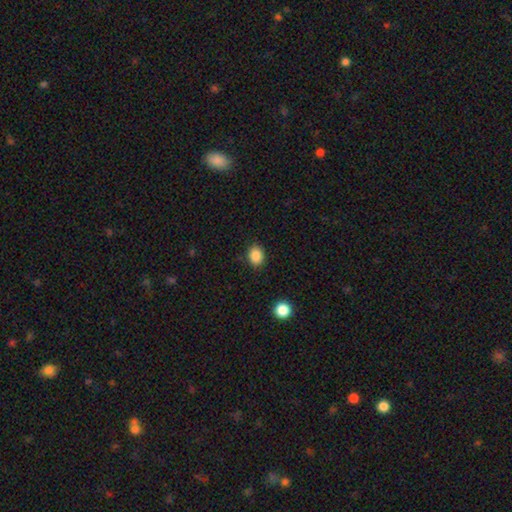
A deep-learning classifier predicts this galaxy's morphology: A smooth galaxy with no disk features (87%) that is in between round and cigar-shaped (51%). Merging: none (86%).